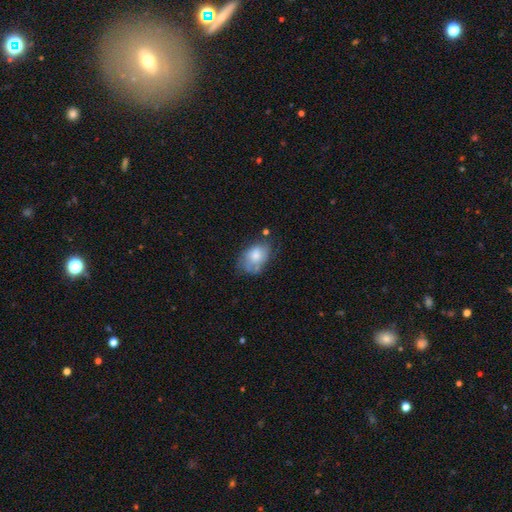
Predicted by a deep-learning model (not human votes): The model was most divided on "merging": none: 48%, minor disturbance: 32%, major disturbance: 14%, merger: 7%. More confident: how rounded — in between (85%); smooth or featured — smooth (68%).